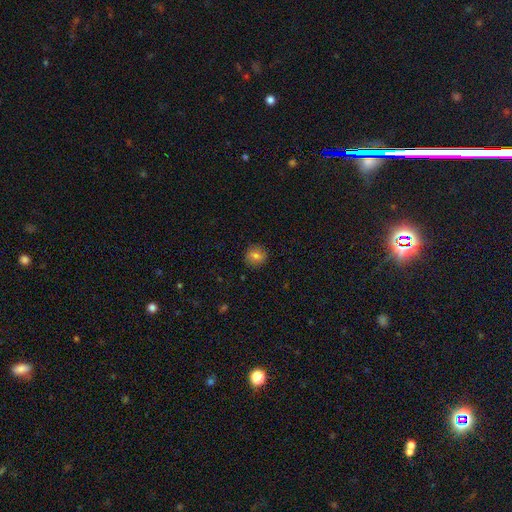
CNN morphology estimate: smooth-or-featured: smooth: 76% | featured or disk: 13% | star or artifact: 11%
  how-rounded: round: 87% | in between: 12% | cigar-shaped: 1%
  merging: none: 88% | minor disturbance: 8% | major disturbance: 2% | merger: 1%